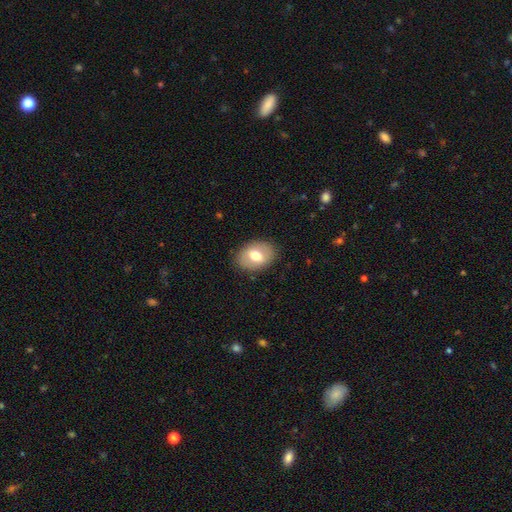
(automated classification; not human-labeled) The model was most divided on "smooth or featured": smooth: 67%, featured or disk: 26%, star or artifact: 7%. More confident: merging — none (85%); how rounded — in between (75%).